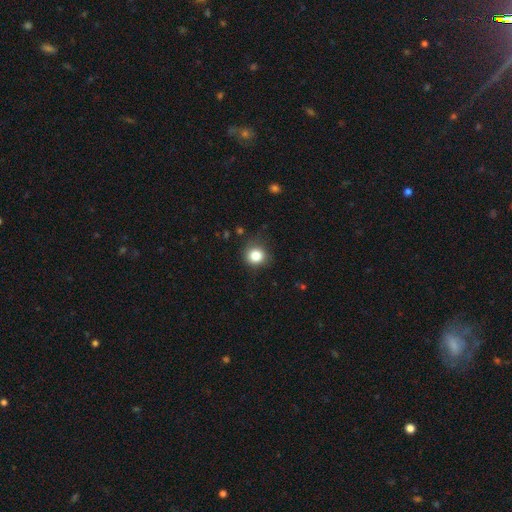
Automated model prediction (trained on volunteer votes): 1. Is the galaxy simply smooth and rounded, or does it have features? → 84% smooth, 11% star or artifact, 5% featured or disk.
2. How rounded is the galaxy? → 88% round, 11% in between, 1% cigar-shaped.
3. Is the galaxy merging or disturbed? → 81% none, 13% minor disturbance, 4% major disturbance, 1% merger.